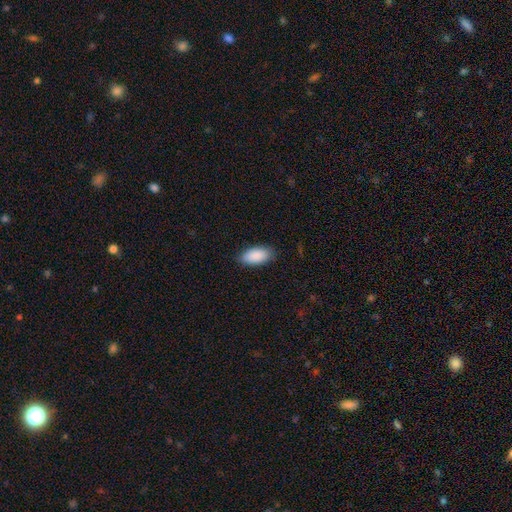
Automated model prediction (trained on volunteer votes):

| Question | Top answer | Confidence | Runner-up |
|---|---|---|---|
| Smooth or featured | smooth | 90% | star or artifact (6%) |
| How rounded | in between | 94% | cigar-shaped (4%) |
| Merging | none | 83% | minor disturbance (14%) |